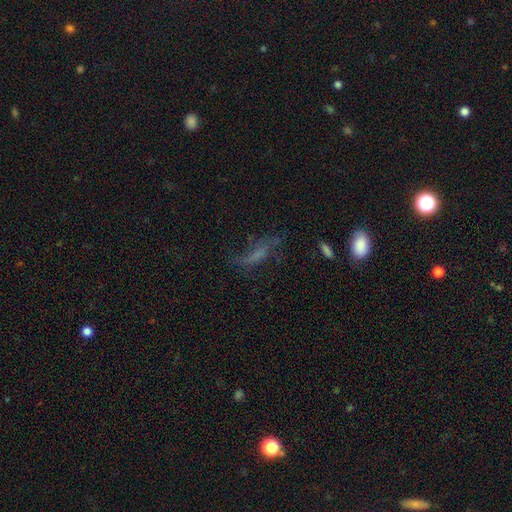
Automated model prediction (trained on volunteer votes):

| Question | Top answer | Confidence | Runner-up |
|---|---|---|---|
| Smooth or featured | smooth | 42% | featured or disk (38%) |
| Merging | none | 44% | major disturbance (29%) |